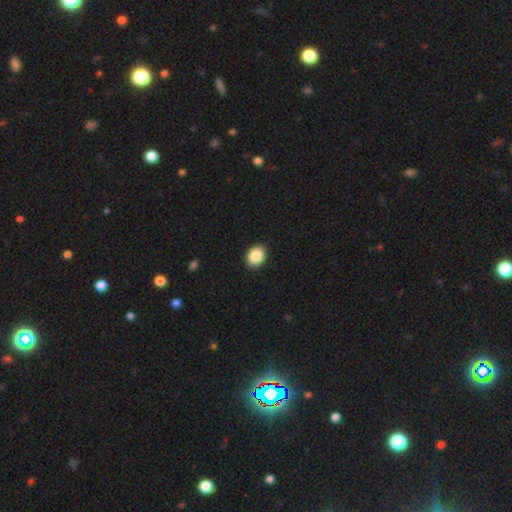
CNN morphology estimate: smooth 88%, star or artifact 8%, featured or disk 4%. Down the decision tree: how rounded — round (51%); merging — none (91%).